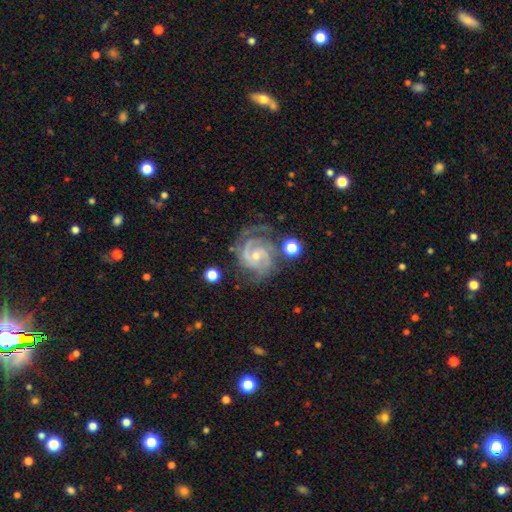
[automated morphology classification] smooth-or-featured: featured or disk: 90% | star or artifact: 6% | smooth: 4%
  disk-edge-on: no: 98% | yes: 2%
    bar: no: 57% | weak: 32% | strong: 10%
    has-spiral-arms: yes: 98% | no: 2%
      spiral-winding: tight: 60% | medium: 35% | loose: 5%
      spiral-arm-count: 2: 53% | 3: 26% | can't tell: 9% | 4: 5% | 1: 4% | more than 4: 3%
    bulge-size: small: 64% | moderate: 32% | none: 2% | large: 1% | dominant: 1%
  merging: none: 69% | minor disturbance: 19% | major disturbance: 8% | merger: 4%